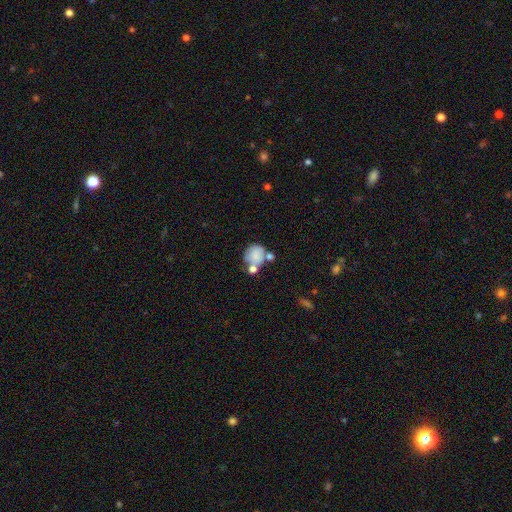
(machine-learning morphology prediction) The model was most divided on "merging": none: 39%, merger: 31%, minor disturbance: 20%, major disturbance: 11%. More confident: smooth or featured — smooth (73%); how rounded — round (69%).